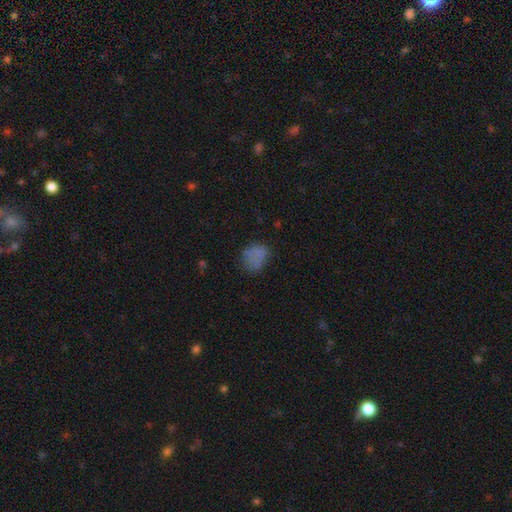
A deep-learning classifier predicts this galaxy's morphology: The model was most divided on "how rounded": in between: 51%, round: 47%, cigar-shaped: 1%. More confident: smooth or featured — smooth (72%); merging — none (58%).